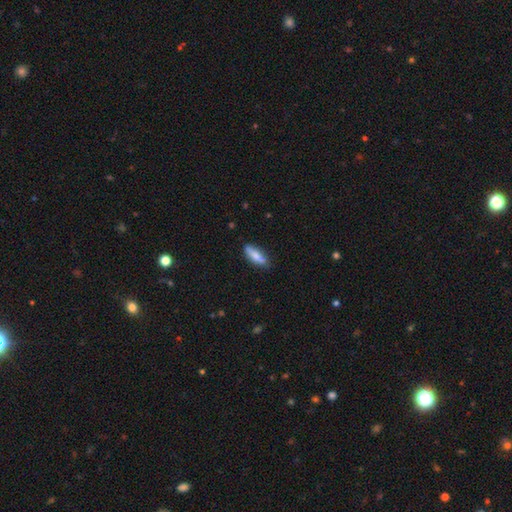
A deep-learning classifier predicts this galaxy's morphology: smooth 78%, featured or disk 16%, star or artifact 6%. Down the decision tree: how rounded — cigar-shaped (53%); merging — none (80%).